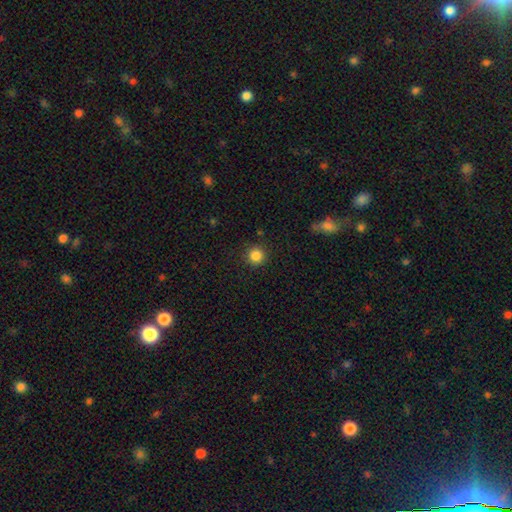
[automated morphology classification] Overall: smooth (85%). How rounded: round (95%). Merging: none (90%).